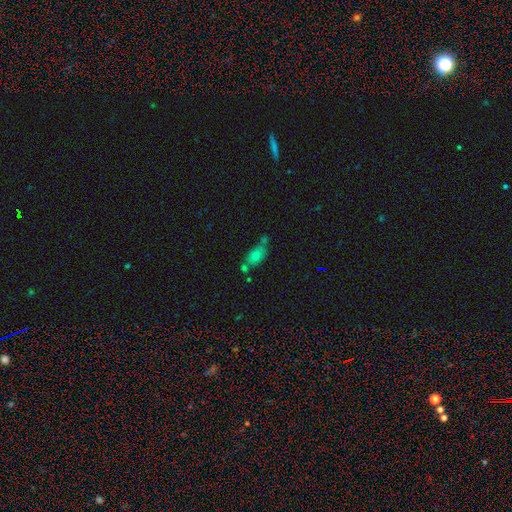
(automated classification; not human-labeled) smooth 71%, featured or disk 18%, star or artifact 11%. Down the decision tree: how rounded — in between (85%); merging — none (49%).